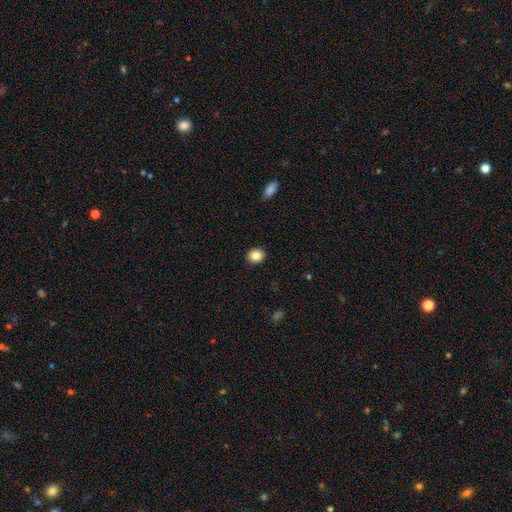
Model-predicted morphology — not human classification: Q: Smooth or featured?
A: smooth (87%); runner-up: star or artifact (9%)
Q: How rounded?
A: round (69%); runner-up: in between (30%)
Q: Merging?
A: none (90%); runner-up: minor disturbance (7%)